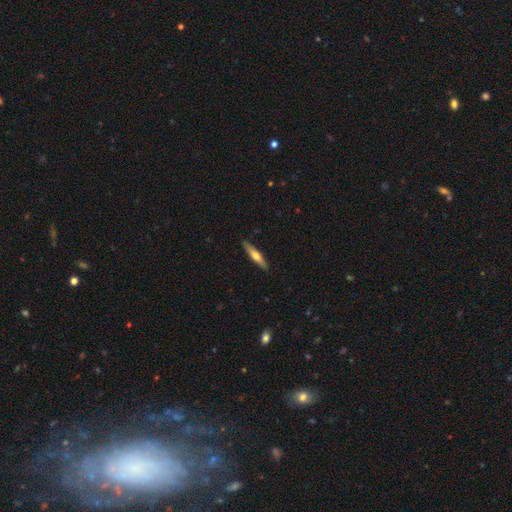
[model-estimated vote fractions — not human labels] Q: Smooth or featured?
A: smooth (51%); runner-up: featured or disk (43%)
Q: How rounded?
A: cigar-shaped (86%); runner-up: in between (12%)
Q: Merging?
A: none (89%); runner-up: minor disturbance (8%)